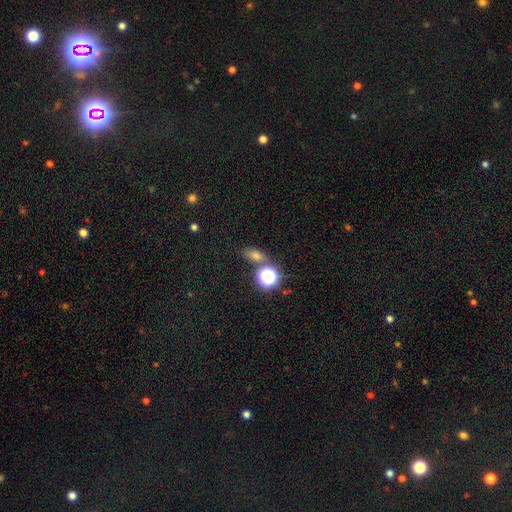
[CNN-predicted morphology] Smooth or featured?
  - smooth: 58% *
  - star or artifact: 33%
  - featured or disk: 10%
How rounded?
  - in between: 63% *
  - round: 32%
  - cigar-shaped: 6%
Merging?
  - none: 70% *
  - merger: 14%
  - minor disturbance: 11%
  - major disturbance: 4%